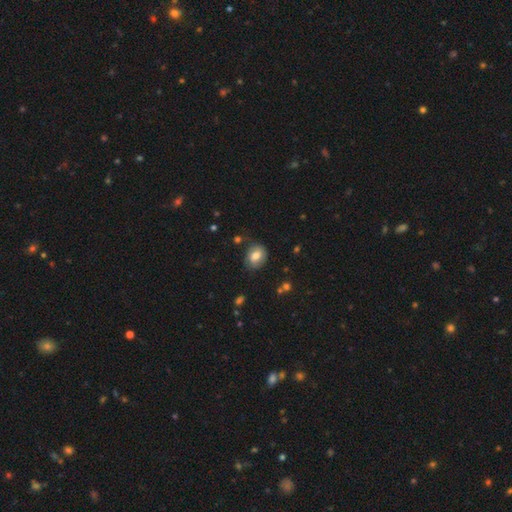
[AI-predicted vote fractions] smooth_or_featured: smooth (p=0.72) [alt: featured or disk p=0.19]
how_rounded: in between (p=0.56) [alt: round p=0.43]
merging: none (p=0.73) [alt: minor disturbance p=0.19]